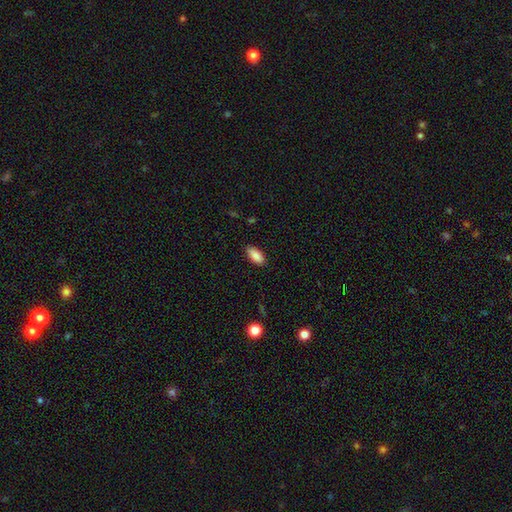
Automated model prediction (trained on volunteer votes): Smooth or featured? smooth (87%)
How rounded? in between (89%)
Merging? none (86%)